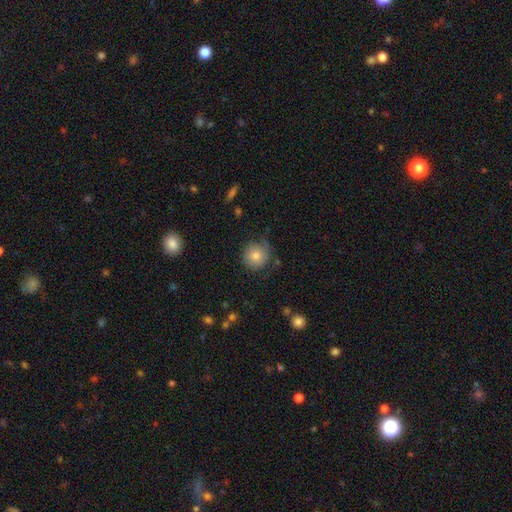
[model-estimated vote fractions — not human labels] Smooth or featured: smooth — 74% (featured or disk — 16%)
How rounded: round — 92% (in between — 7%)
Merging: none — 70% (minor disturbance — 21%)